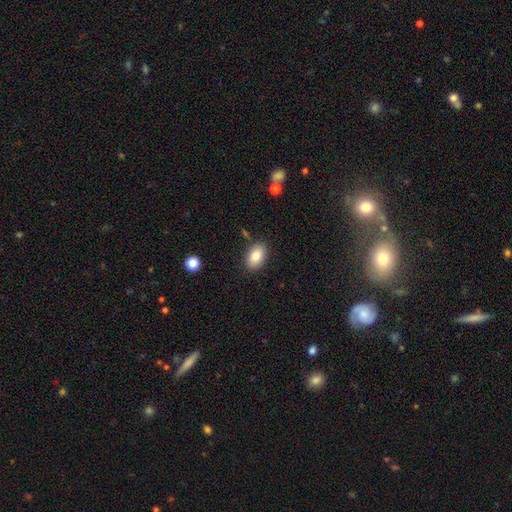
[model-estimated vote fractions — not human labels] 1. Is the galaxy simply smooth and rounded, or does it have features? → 84% smooth, 8% featured or disk, 8% star or artifact.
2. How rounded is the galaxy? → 90% in between, 9% round, 1% cigar-shaped.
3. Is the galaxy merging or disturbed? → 86% none, 10% minor disturbance, 3% major disturbance, 2% merger.